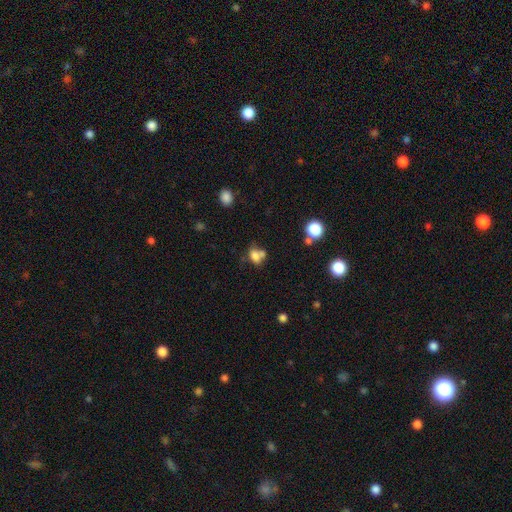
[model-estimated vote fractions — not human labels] This appears to be a smooth galaxy with no disk features (73%) that is in between round and cigar-shaped (61%). Merging: merger (42%).